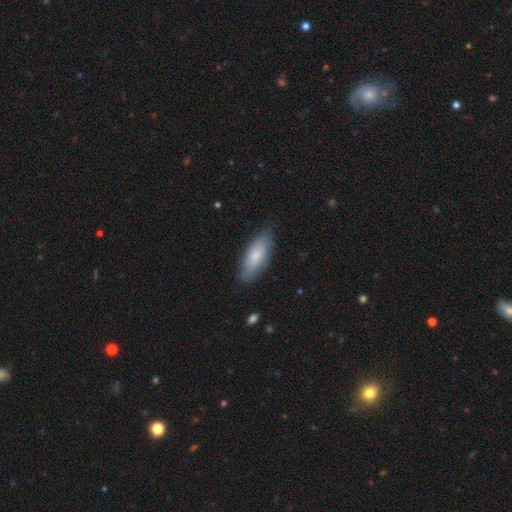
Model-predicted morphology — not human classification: smooth_or_featured: smooth (p=0.74) [alt: featured or disk p=0.20]
how_rounded: in between (p=0.77) [alt: cigar-shaped p=0.22]
merging: none (p=0.77) [alt: minor disturbance p=0.18]